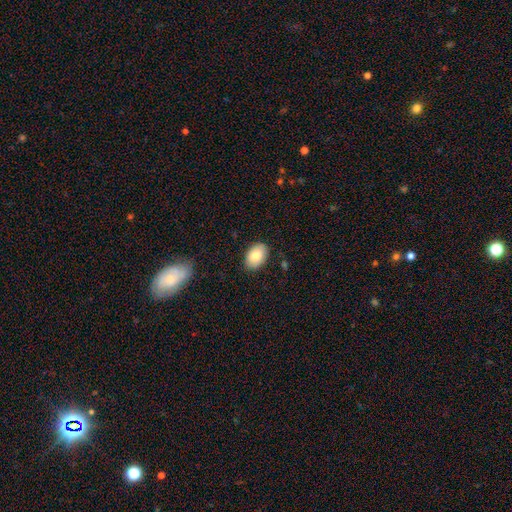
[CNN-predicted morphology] type=smooth (82%); roundness=in between (87%); merging=none (86%).